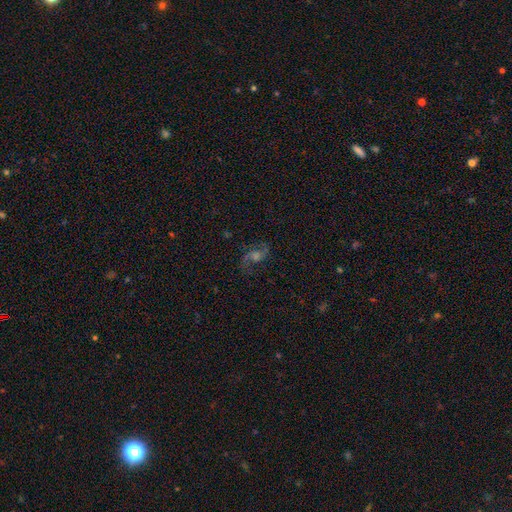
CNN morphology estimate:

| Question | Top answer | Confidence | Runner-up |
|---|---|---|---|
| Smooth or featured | featured or disk | 76% | star or artifact (14%) |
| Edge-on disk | no | 96% | yes (4%) |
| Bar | no | 55% | weak (37%) |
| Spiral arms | yes | 95% | no (5%) |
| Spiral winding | loose | 53% | medium (39%) |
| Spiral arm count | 2 | 91% | can't tell (3%) |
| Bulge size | moderate | 49% | small (23%) |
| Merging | none | 77% | minor disturbance (13%) |